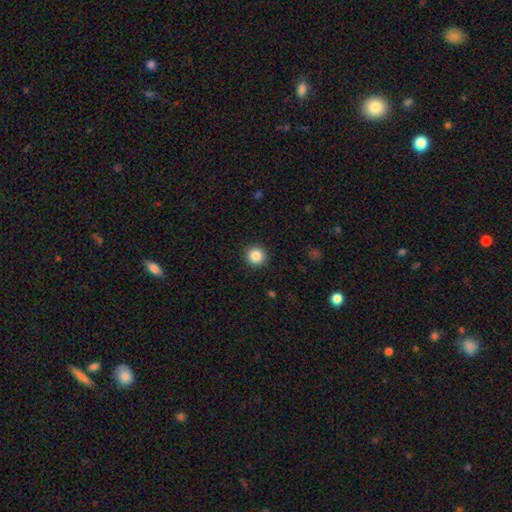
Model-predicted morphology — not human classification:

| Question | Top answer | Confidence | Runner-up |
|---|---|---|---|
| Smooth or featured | smooth | 86% | star or artifact (10%) |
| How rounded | round | 95% | in between (4%) |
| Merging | none | 92% | minor disturbance (5%) |